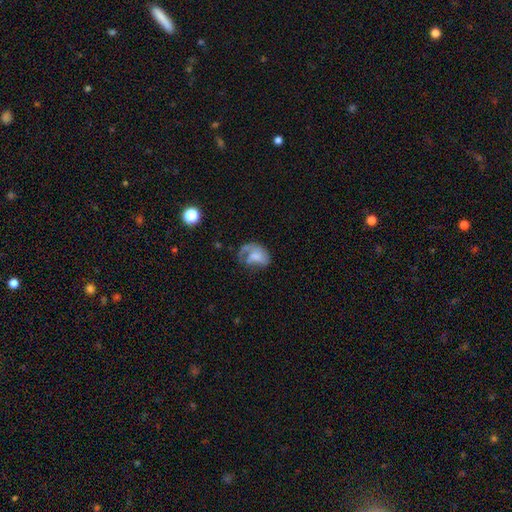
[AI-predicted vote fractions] This appears to be a featured or disk galaxy (50%). Merging: major disturbance (41%).